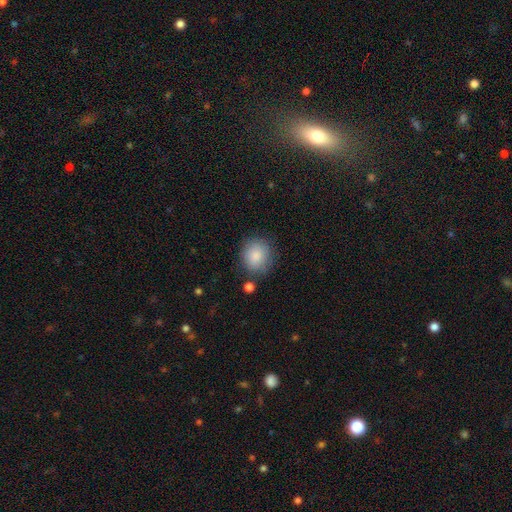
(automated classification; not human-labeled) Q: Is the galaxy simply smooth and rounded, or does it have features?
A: smooth — 86%.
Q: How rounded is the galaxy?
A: round — 81%.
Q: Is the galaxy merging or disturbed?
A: none — 79%.